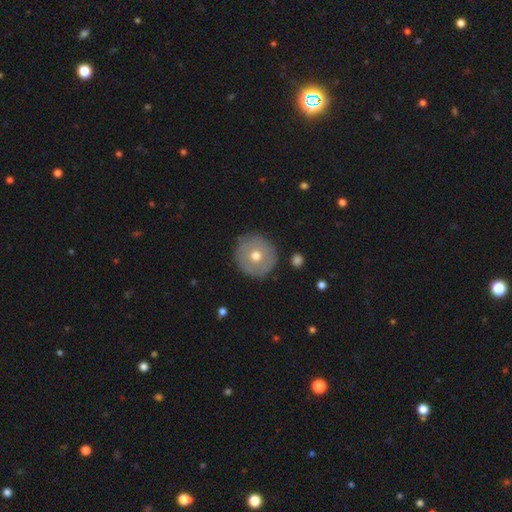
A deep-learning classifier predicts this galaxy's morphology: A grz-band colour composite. It shows a smooth galaxy with no disk features (63%) that is round (94%). Merging: none (89%).